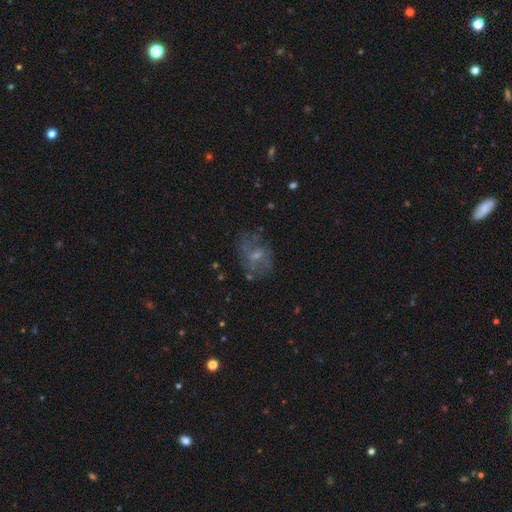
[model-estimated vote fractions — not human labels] Overall: featured or disk (54%; smooth 34%). Edge-on disk: no (96%). Bar: no (46%; weak 45%). Spiral arms: no (52%; yes 48%). Bulge size: small (51%; moderate 29%). Merging: none (57%; minor disturbance 21%).